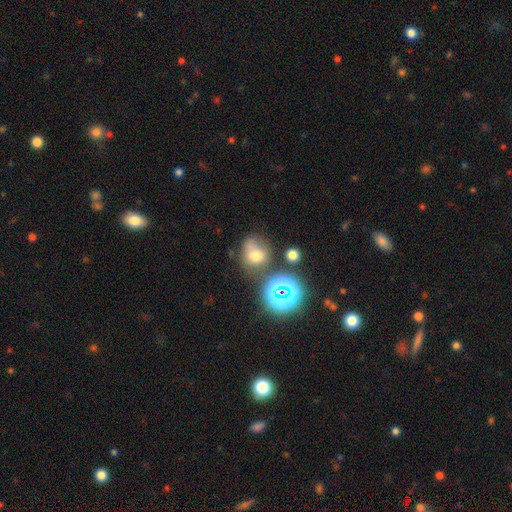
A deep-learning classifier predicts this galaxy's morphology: Q: Smooth or featured?
A: smooth (64%); runner-up: star or artifact (21%)
Q: How rounded?
A: round (71%); runner-up: in between (28%)
Q: Merging?
A: none (50%); runner-up: minor disturbance (21%)